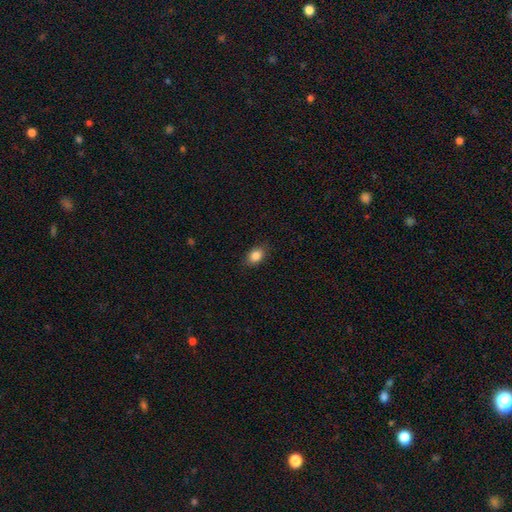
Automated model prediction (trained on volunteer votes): Morphology: type=smooth (86%); roundness=in between (76%); merging=none (85%).